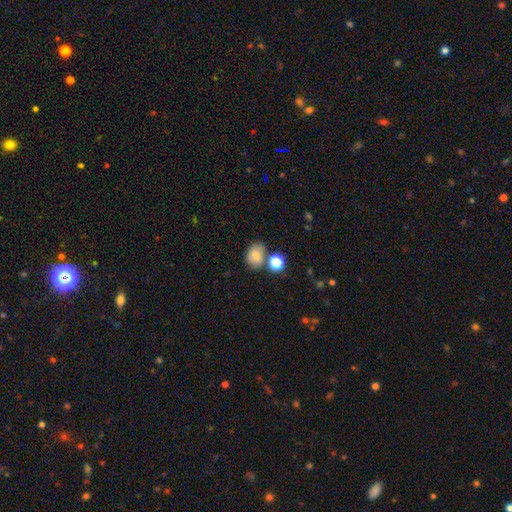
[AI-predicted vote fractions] smooth 78%, star or artifact 11%, featured or disk 11%. Down the decision tree: how rounded — in between (55%); merging — none (58%).